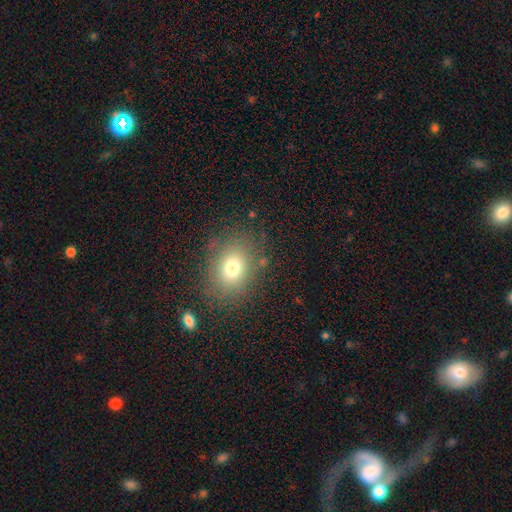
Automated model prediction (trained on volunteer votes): This appears to be a smooth galaxy with no disk features (73%) that is in between round and cigar-shaped (58%). Merging: none (83%).